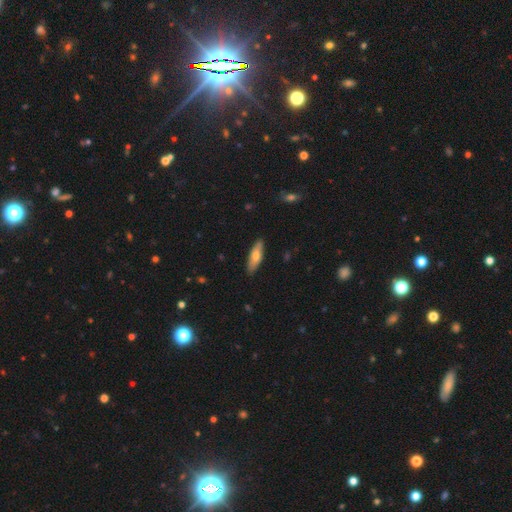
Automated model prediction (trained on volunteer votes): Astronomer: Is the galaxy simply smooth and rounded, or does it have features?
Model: smooth — 62%.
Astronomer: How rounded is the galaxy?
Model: cigar-shaped — 52% (runner-up: in between, 46%).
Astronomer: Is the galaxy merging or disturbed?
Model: none — 86%.